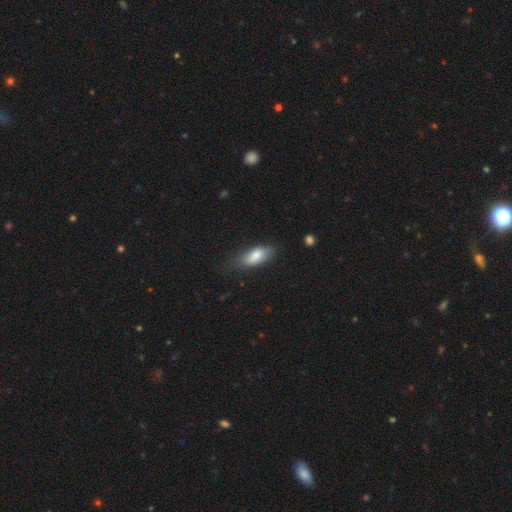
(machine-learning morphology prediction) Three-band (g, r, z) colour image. It shows a smooth galaxy with no disk features (78%) that is in between round and cigar-shaped (84%). Merging: none (64%).